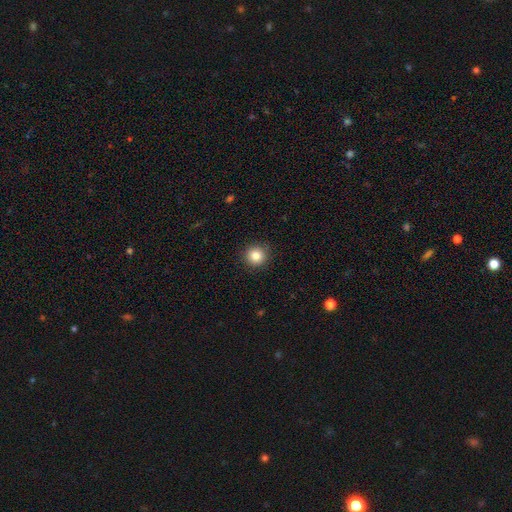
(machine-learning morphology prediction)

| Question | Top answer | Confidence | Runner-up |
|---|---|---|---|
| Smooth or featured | smooth | 84% | star or artifact (10%) |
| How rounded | round | 94% | in between (5%) |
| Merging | none | 90% | minor disturbance (7%) |